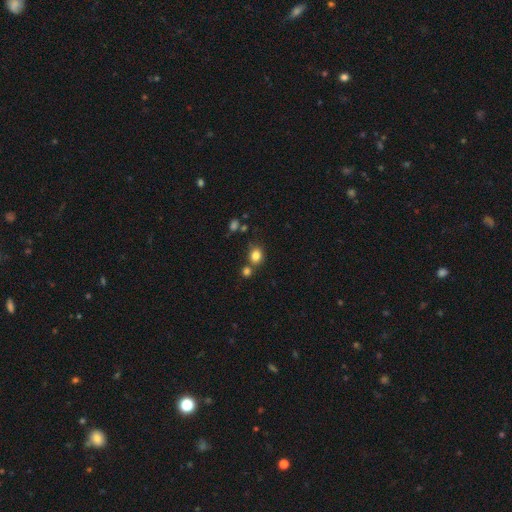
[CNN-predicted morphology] The model was most divided on "how rounded": round: 63%, in between: 36%, cigar-shaped: 1%. More confident: smooth or featured — smooth (82%); merging — none (66%).